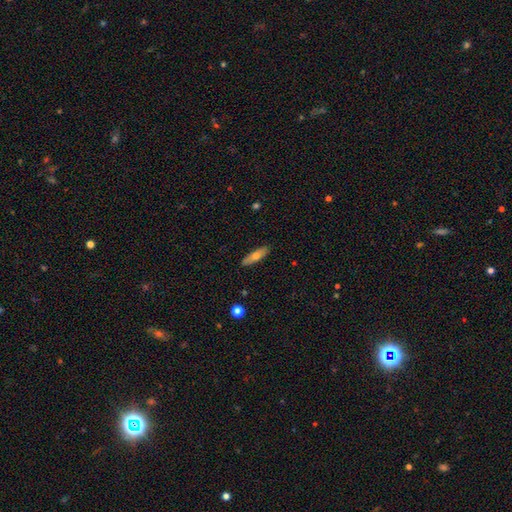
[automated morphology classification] A smooth galaxy with no disk features (61%) that is cigar-shaped (61%).

Vote fractions:
- Smooth or featured? smooth: 61% / featured or disk: 33% / star or artifact: 6%
- How rounded? cigar-shaped: 61% / in between: 37% / round: 2%
- Merging? none: 88% / minor disturbance: 9% / major disturbance: 2% / merger: 1%